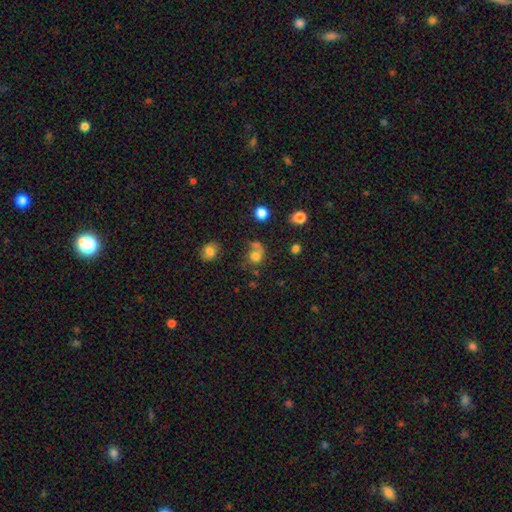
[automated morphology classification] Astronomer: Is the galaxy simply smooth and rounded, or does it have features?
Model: smooth — 67%.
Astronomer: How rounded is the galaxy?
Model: round — 73%.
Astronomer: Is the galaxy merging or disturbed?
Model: none — 38% (runner-up: merger, 29%).